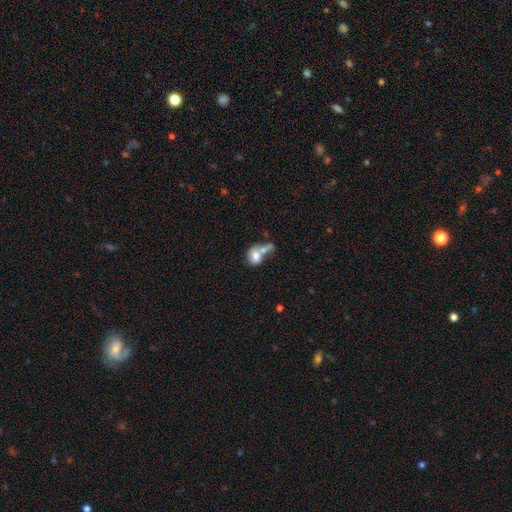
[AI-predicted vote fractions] smooth 70%, featured or disk 21%, star or artifact 9%. Down the decision tree: how rounded — in between (53%); merging — merger (62%).